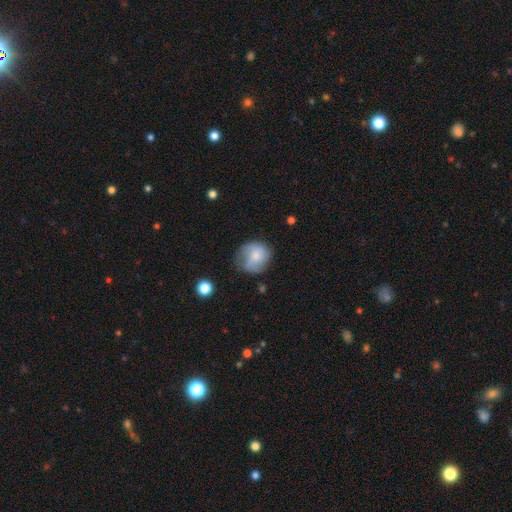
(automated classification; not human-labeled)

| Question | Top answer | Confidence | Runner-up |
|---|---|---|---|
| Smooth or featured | smooth | 60% | featured or disk (33%) |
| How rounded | round | 77% | in between (22%) |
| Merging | none | 54% | minor disturbance (30%) |